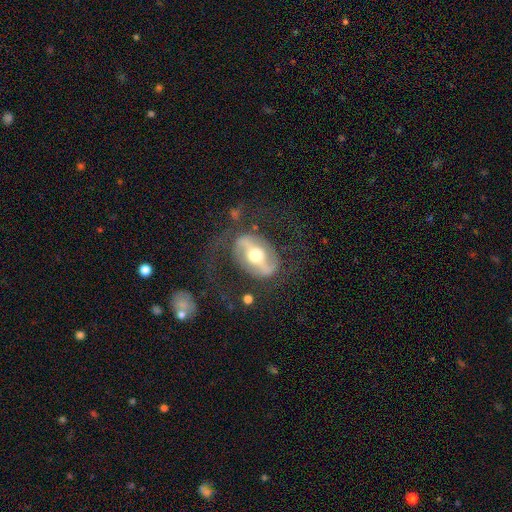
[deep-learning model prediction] Smooth or featured: featured or disk — 72% (smooth — 19%)
Edge-on disk: no — 93% (yes — 7%)
Bar: no — 40% (strong — 31%)
Spiral arms: yes — 62% (no — 38%)
Bulge size: moderate — 65% (large — 16%)
Merging: none — 65% (major disturbance — 19%)